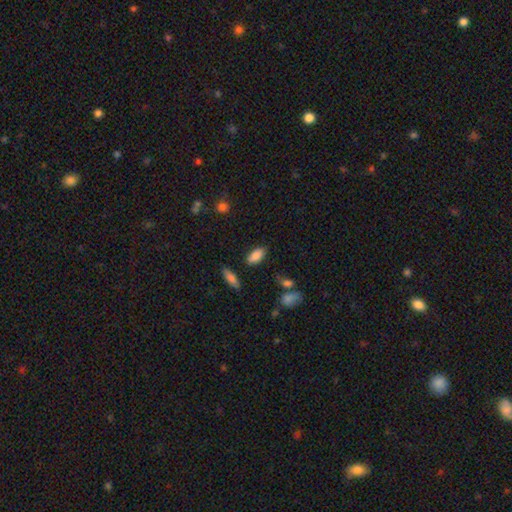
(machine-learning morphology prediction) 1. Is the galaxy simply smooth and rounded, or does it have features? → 84% smooth, 8% star or artifact, 7% featured or disk.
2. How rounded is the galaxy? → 91% in between, 6% cigar-shaped, 3% round.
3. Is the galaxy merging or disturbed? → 82% none, 12% minor disturbance, 3% major disturbance, 3% merger.